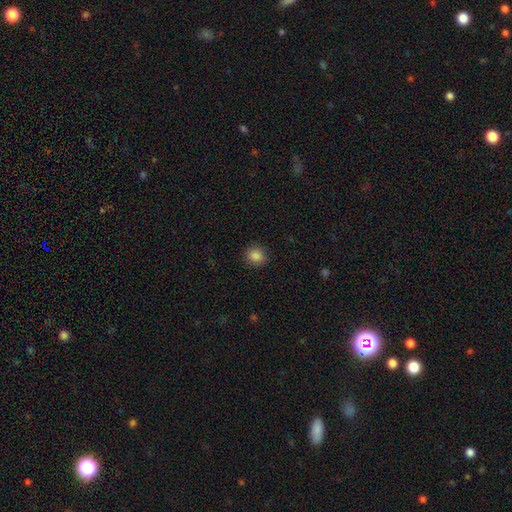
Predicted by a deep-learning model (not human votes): Smooth or featured? smooth (86%)
How rounded? round (84%)
Merging? none (89%)